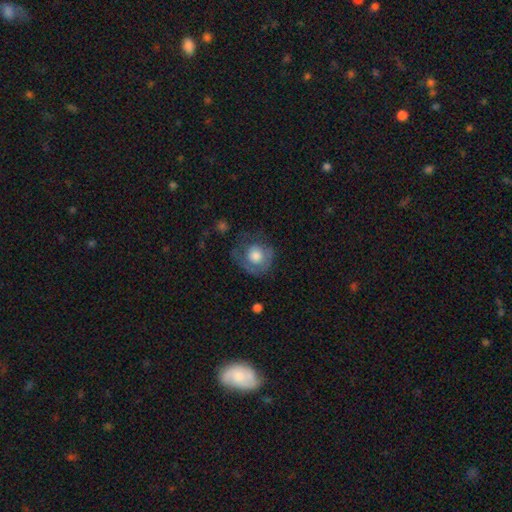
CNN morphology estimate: smooth-or-featured: smooth: 61% | featured or disk: 32% | star or artifact: 7%
  how-rounded: round: 83% | in between: 16% | cigar-shaped: 1%
  merging: none: 46% | major disturbance: 27% | minor disturbance: 24% | merger: 2%